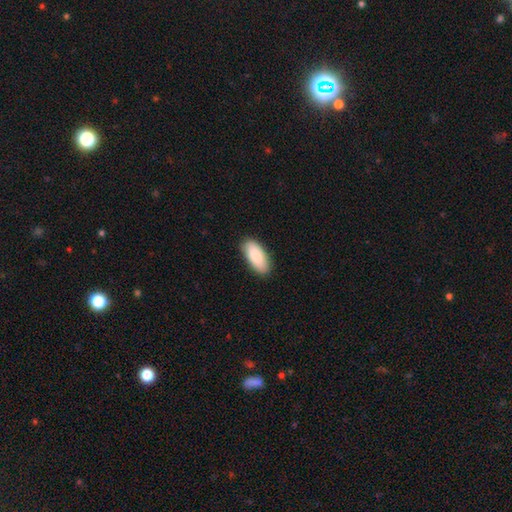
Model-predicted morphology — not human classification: Smooth or featured? Predicted: smooth (p=0.86). How rounded? Predicted: in between (p=0.89). Merging? Predicted: none (p=0.88).